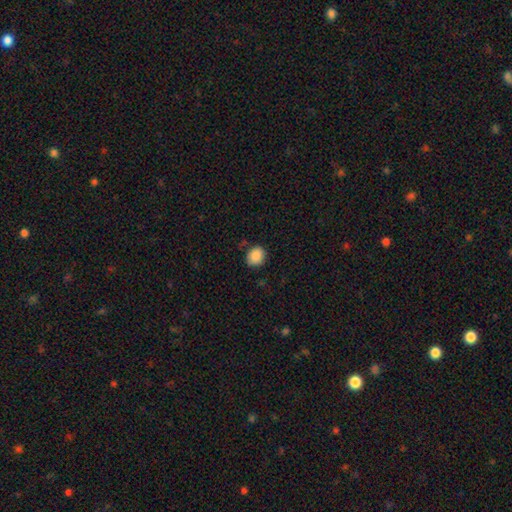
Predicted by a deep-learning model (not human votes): smooth_or_featured: smooth (p=0.88) [alt: star or artifact p=0.08]
how_rounded: round (p=0.72) [alt: in between p=0.27]
merging: none (p=0.81) [alt: minor disturbance p=0.14]